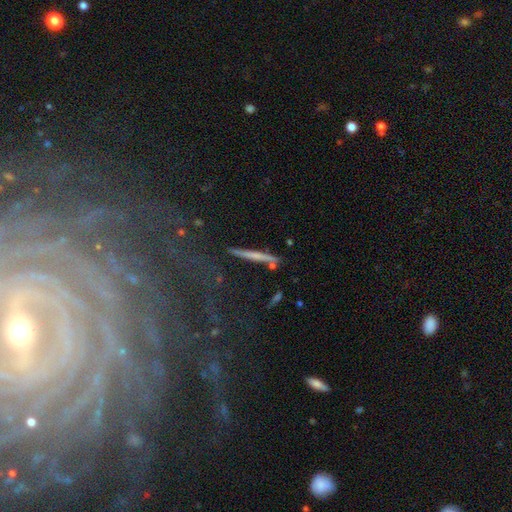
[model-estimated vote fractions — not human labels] smooth-or-featured: featured or disk: 48% | smooth: 44% | star or artifact: 9%
  merging: none: 84% | minor disturbance: 10% | merger: 4% | major disturbance: 2%